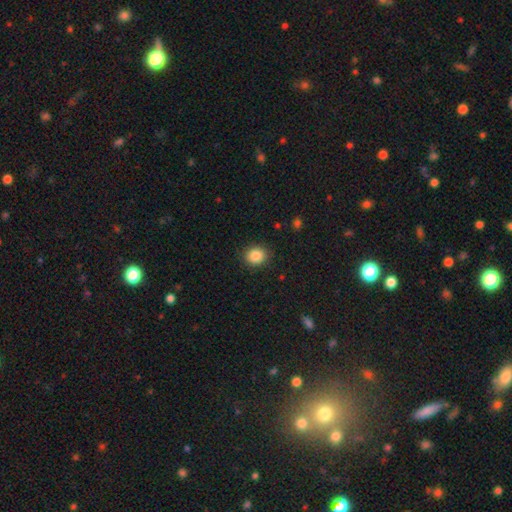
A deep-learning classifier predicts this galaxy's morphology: smooth_or_featured: smooth (p=0.86) [alt: star or artifact p=0.09]
how_rounded: round (p=0.74) [alt: in between p=0.25]
merging: none (p=0.88) [alt: minor disturbance p=0.08]